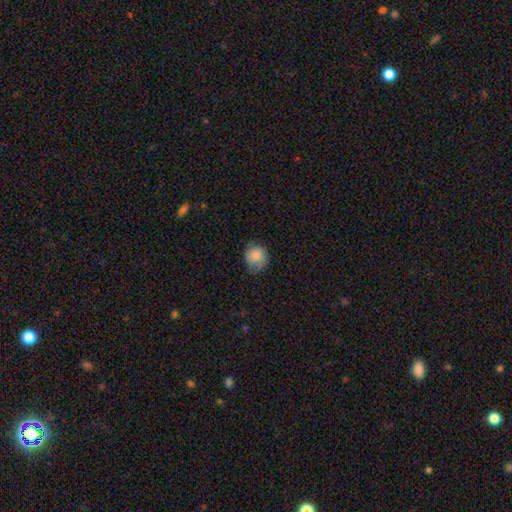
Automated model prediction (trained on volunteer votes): Morphology: type=smooth (80%); roundness=round (76%); merging=none (59%).